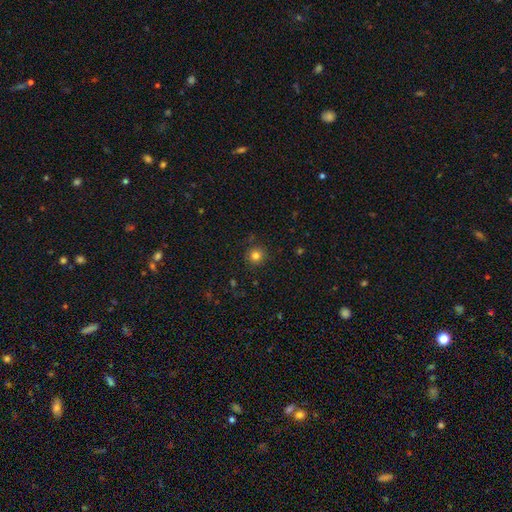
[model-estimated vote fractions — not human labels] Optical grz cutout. It shows a smooth galaxy with no disk features (81%) that is round (93%). Merging: none (89%).